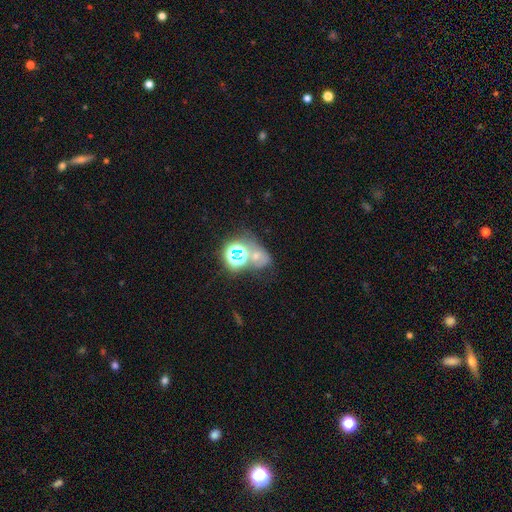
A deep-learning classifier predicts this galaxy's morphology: This is marginally a star or artifact rather than a galaxy (43%).